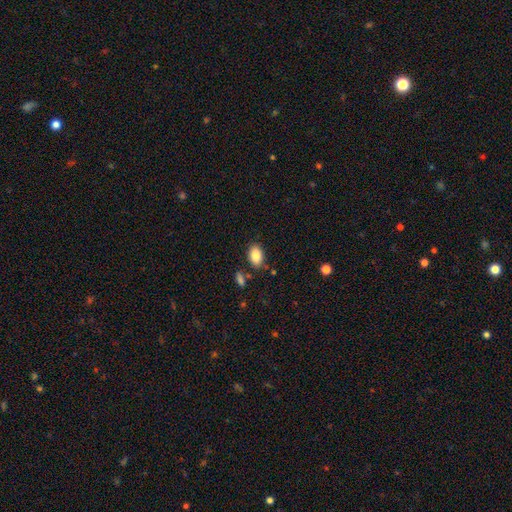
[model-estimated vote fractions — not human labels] This is clearly a smooth galaxy (87%). How rounded: clearly in between (90%). Merging: clearly none (80%).